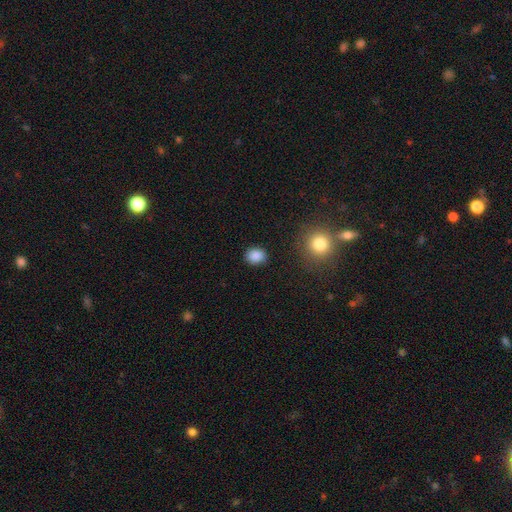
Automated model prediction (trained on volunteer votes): The model was most divided on "how rounded": round: 58%, in between: 41%, cigar-shaped: 1%. More confident: merging — none (87%); smooth or featured — smooth (87%).